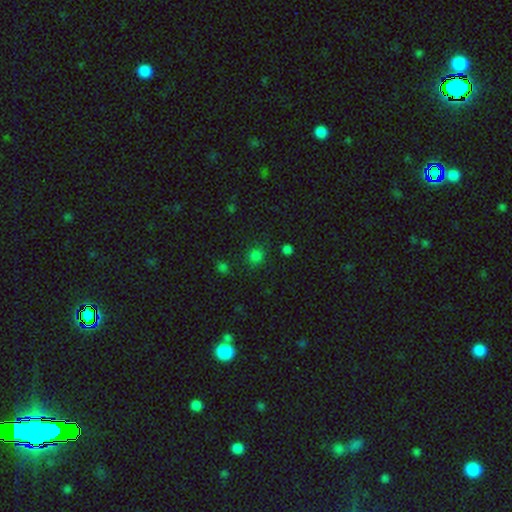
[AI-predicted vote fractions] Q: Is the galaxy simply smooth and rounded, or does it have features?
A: smooth — 78%.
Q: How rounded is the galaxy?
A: round — 87%.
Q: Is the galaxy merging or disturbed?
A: none — 82%.